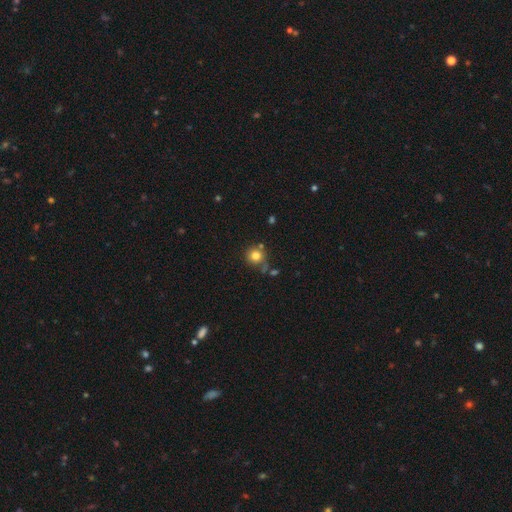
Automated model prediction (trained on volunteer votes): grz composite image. It shows a smooth galaxy with no disk features (80%) that is round (91%). Merging: none (67%).